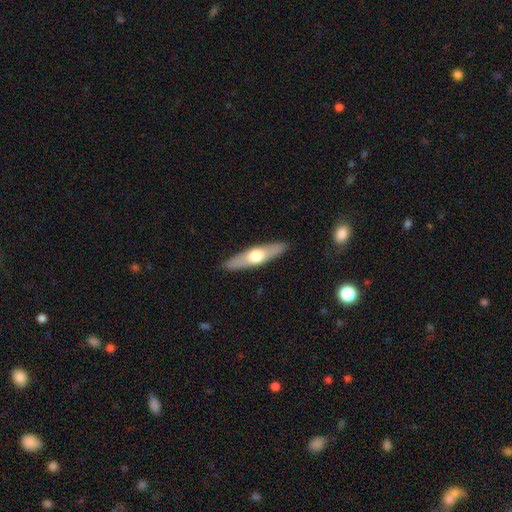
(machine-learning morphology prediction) This is possibly a featured or disk galaxy (48%). Merging: clearly none (89%).